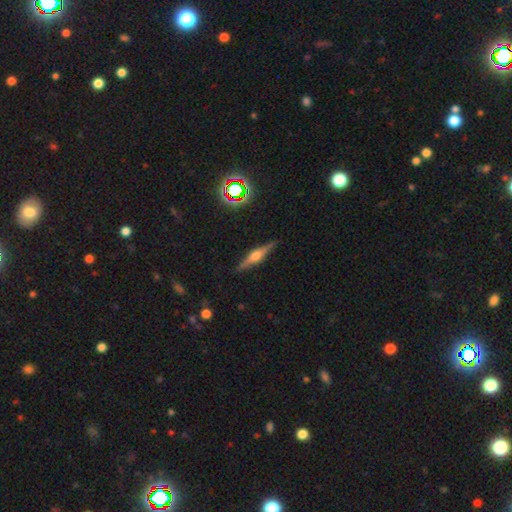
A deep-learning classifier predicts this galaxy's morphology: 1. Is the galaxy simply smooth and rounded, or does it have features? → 72% featured or disk, 19% smooth, 8% star or artifact.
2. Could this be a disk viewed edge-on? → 97% yes, 3% no.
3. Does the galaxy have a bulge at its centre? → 86% rounded, 11% boxy, 3% none.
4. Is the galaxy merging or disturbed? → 88% none, 9% minor disturbance, 2% major disturbance, 1% merger.